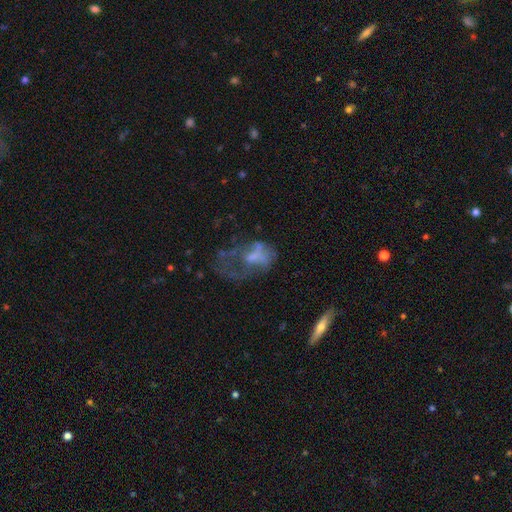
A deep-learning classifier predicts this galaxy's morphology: Smooth or featured?
  - featured or disk: 50% *
  - smooth: 36%
  - star or artifact: 14%
Merging?
  - major disturbance: 56% *
  - none: 19%
  - minor disturbance: 14%
  - merger: 11%